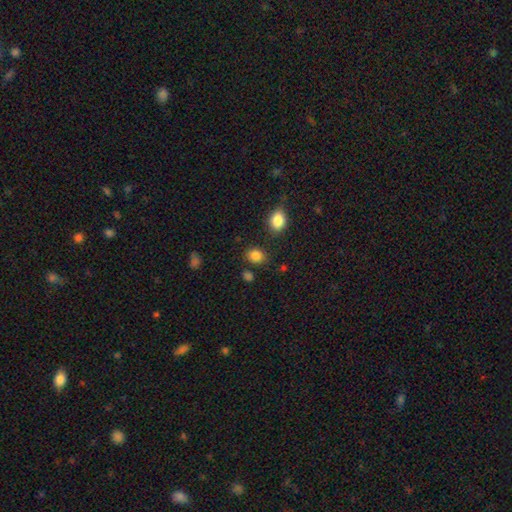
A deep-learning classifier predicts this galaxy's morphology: smooth_or_featured: smooth (p=0.85) [alt: star or artifact p=0.11]
how_rounded: round (p=0.54) [alt: in between p=0.45]
merging: none (p=0.81) [alt: minor disturbance p=0.11]